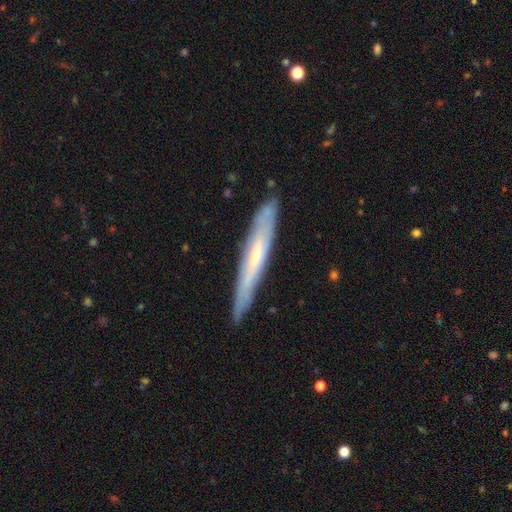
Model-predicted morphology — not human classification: This appears to be a featured or disk galaxy (59%) viewed edge-on (80%). Merging: none (85%).